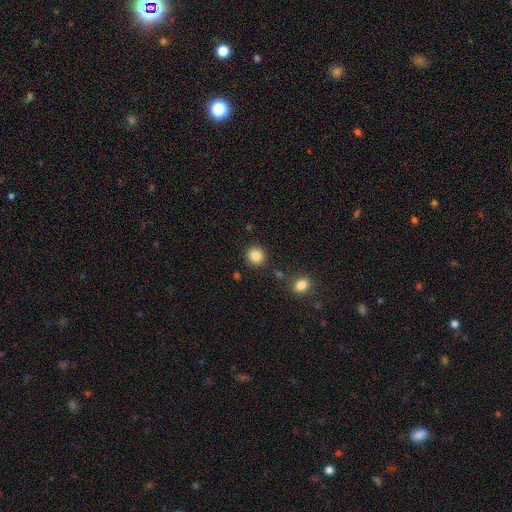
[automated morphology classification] type=smooth (85%); roundness=round (92%); merging=none (88%).